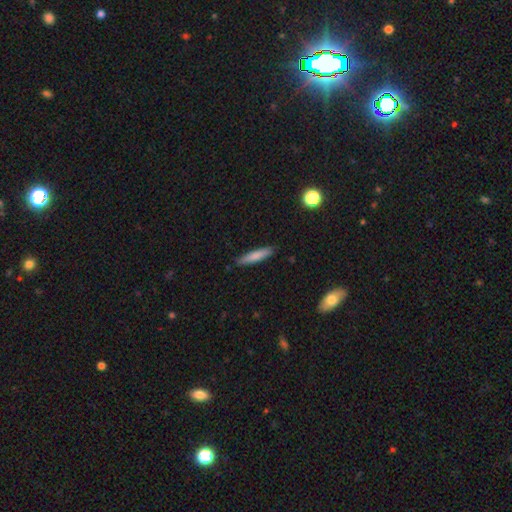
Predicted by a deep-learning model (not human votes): Overall: smooth (79%). How rounded: cigar-shaped (88%). Merging: none (89%).